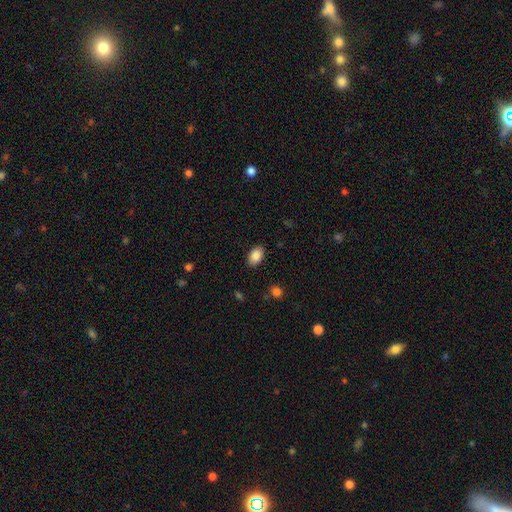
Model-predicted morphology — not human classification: smooth 86%, star or artifact 7%, featured or disk 6%. Down the decision tree: how rounded — in between (90%); merging — none (88%).